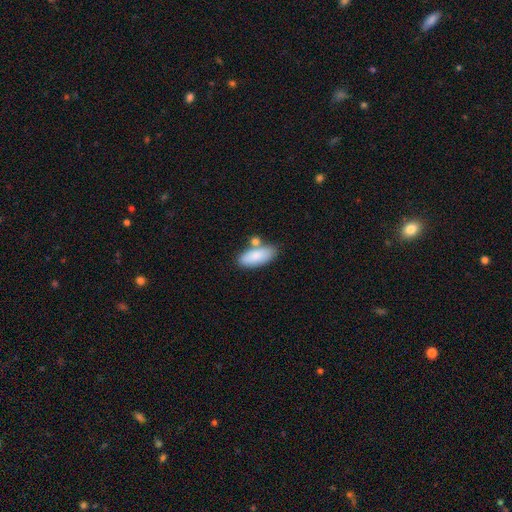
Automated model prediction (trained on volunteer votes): Smooth or featured: smooth — 85% (featured or disk — 9%)
How rounded: in between — 85% (cigar-shaped — 13%)
Merging: none — 61% (merger — 21%)